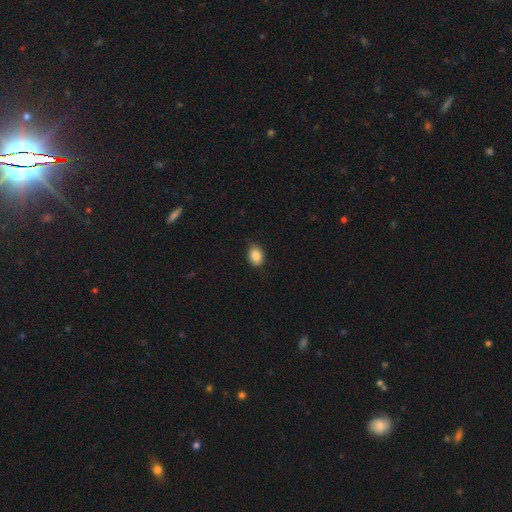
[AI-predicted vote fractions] smooth_or_featured: smooth (p=0.87) [alt: star or artifact p=0.08]
how_rounded: in between (p=0.71) [alt: round p=0.28]
merging: none (p=0.85) [alt: minor disturbance p=0.12]